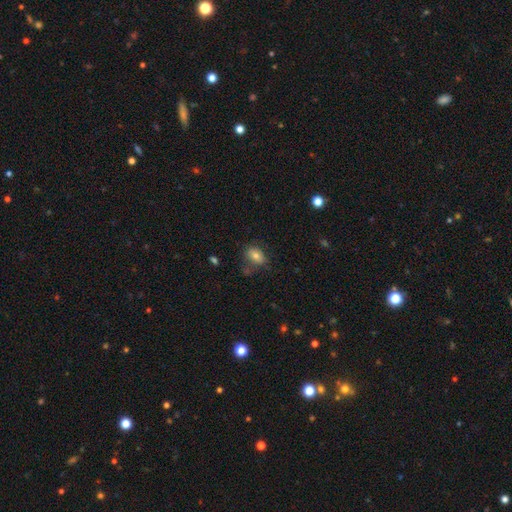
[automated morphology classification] Overall: smooth (76%). How rounded: in between (75%). Merging: none (65%).